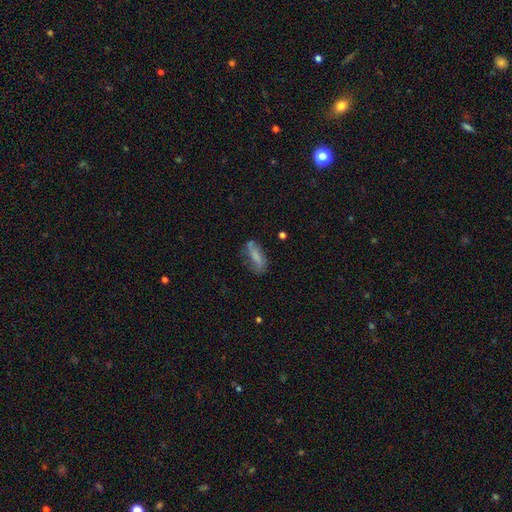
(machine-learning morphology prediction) Overall: smooth (60%; featured or disk 31%). How rounded: in between (60%; cigar-shaped 37%). Merging: none (54%; minor disturbance 28%).